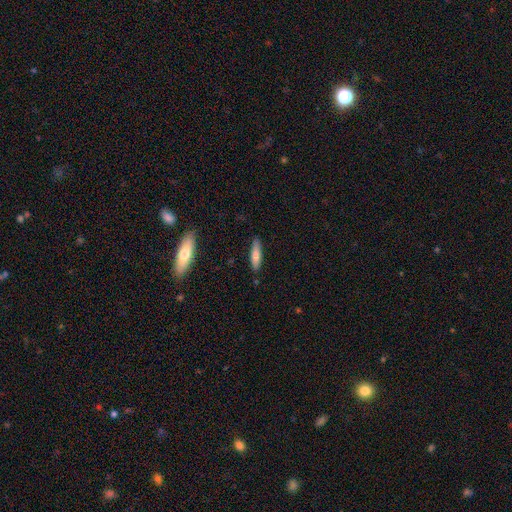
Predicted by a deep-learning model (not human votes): Q: Smooth or featured?
A: smooth (76%); runner-up: featured or disk (18%)
Q: How rounded?
A: cigar-shaped (72%); runner-up: in between (27%)
Q: Merging?
A: none (86%); runner-up: minor disturbance (10%)